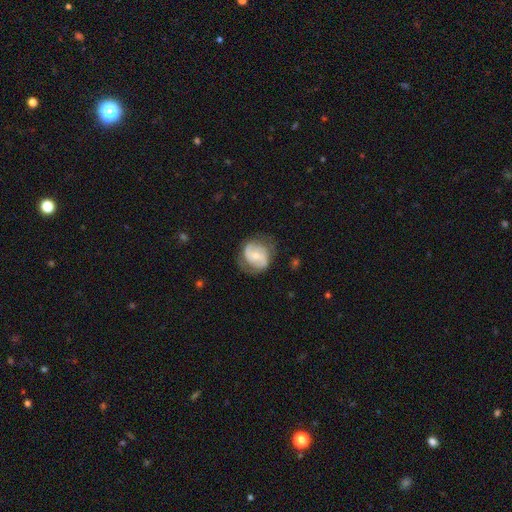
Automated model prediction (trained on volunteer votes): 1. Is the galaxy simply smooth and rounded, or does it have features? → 68% featured or disk, 26% smooth, 6% star or artifact.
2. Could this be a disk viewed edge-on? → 97% no, 3% yes.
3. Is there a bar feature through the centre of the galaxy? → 50% no, 36% weak, 15% strong.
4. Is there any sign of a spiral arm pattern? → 85% yes, 15% no.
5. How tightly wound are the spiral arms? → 44% medium, 29% tight, 27% loose.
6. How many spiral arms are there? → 80% 2, 11% can't tell, 4% 1, 2% 3, 1% 4, 1% more than 4.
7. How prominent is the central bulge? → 51% small, 45% moderate, 2% large, 2% none, 1% dominant.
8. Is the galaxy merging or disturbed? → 65% none, 23% minor disturbance, 11% major disturbance, 1% merger.